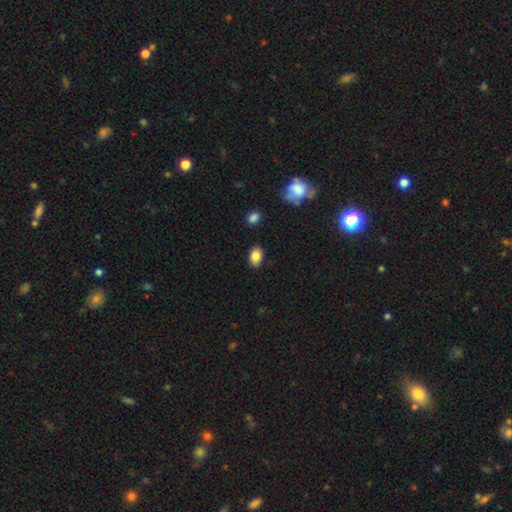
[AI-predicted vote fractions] Smooth or featured?
  - smooth: 86% *
  - star or artifact: 8%
  - featured or disk: 6%
How rounded?
  - in between: 87% *
  - round: 11%
  - cigar-shaped: 1%
Merging?
  - none: 87% *
  - minor disturbance: 9%
  - major disturbance: 2%
  - merger: 2%